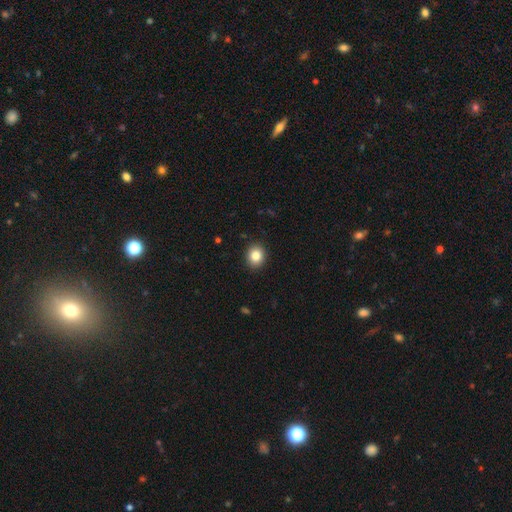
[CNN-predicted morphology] Smooth or featured?
  - smooth: 84% *
  - star or artifact: 9%
  - featured or disk: 6%
How rounded?
  - round: 66% *
  - in between: 33%
  - cigar-shaped: 1%
Merging?
  - none: 91% *
  - minor disturbance: 6%
  - major disturbance: 2%
  - merger: 1%